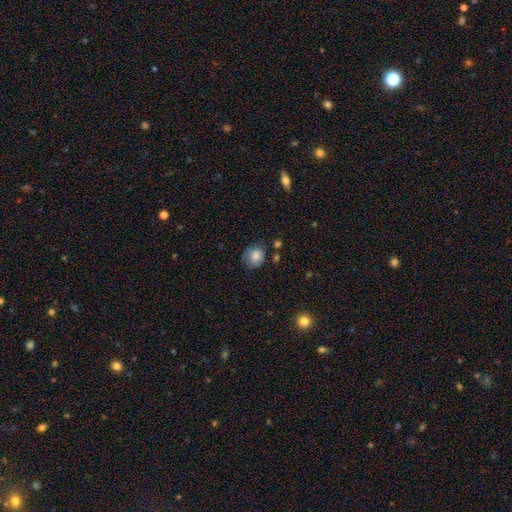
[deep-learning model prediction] Smooth or featured? smooth (81%)
How rounded? round (75%)
Merging? none (67%)